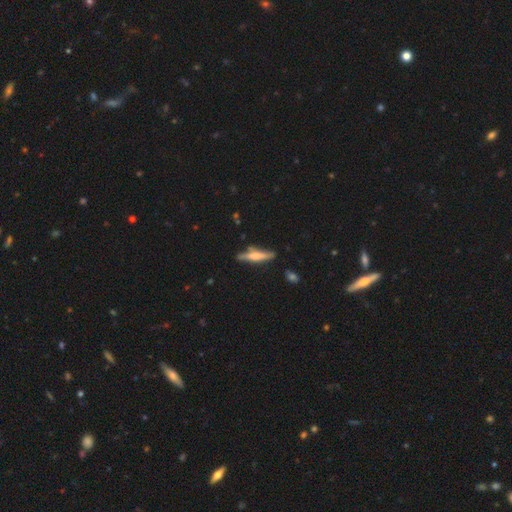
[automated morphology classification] Smooth or featured: featured or disk — 55% (smooth — 39%)
Edge-on disk: yes — 95% (no — 5%)
Edge-on bulge: rounded — 63% (boxy — 26%)
Merging: none — 80% (minor disturbance — 15%)